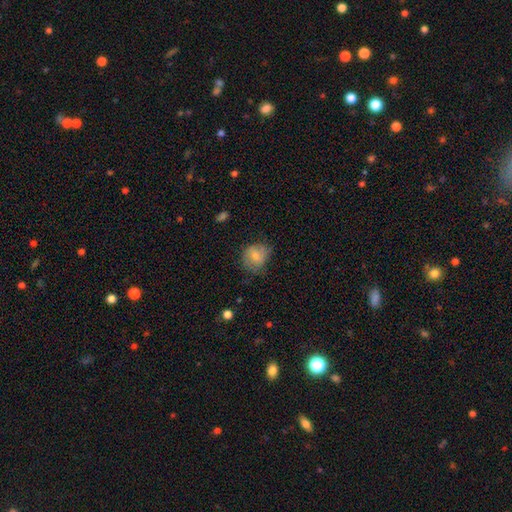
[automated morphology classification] Smooth or featured? smooth (73%)
How rounded? round (66%)
Merging? none (54%)